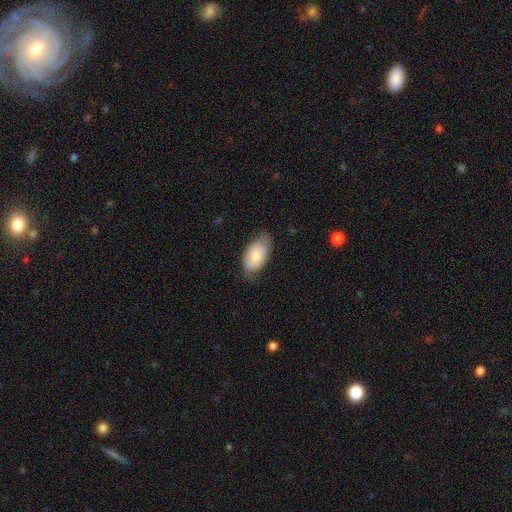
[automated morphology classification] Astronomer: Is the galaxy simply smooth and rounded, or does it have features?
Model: smooth — 82%.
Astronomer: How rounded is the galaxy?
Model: in between — 95%.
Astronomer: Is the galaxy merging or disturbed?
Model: none — 67%.